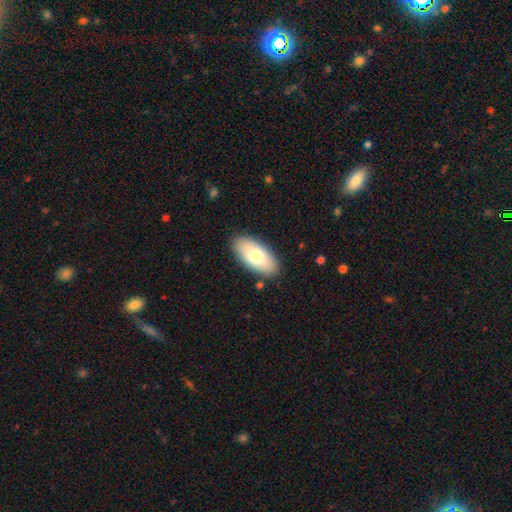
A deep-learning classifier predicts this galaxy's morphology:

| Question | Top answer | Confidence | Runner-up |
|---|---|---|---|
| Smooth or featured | smooth | 73% | featured or disk (21%) |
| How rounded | in between | 92% | cigar-shaped (5%) |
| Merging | none | 88% | minor disturbance (9%) |